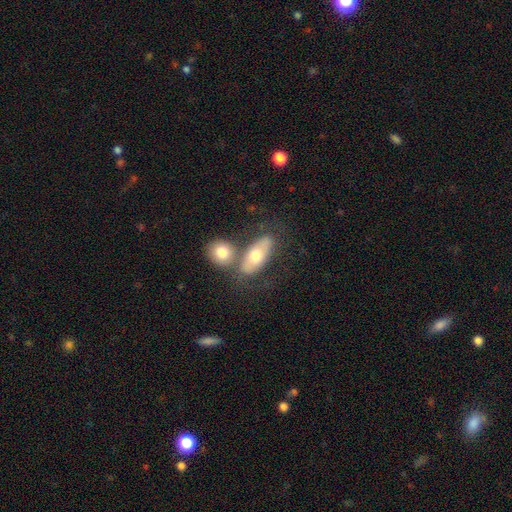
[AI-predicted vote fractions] This appears to be a smooth galaxy with no disk features (60%) that is in between round and cigar-shaped (78%). Merging: none (47%).